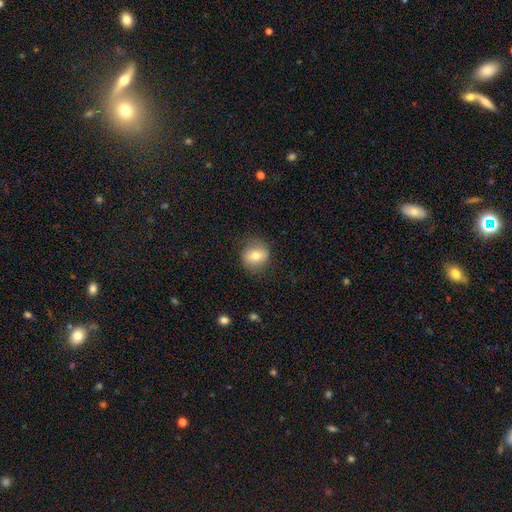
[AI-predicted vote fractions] Morphology: type=smooth (71%); roundness=round (73%); merging=none (82%).